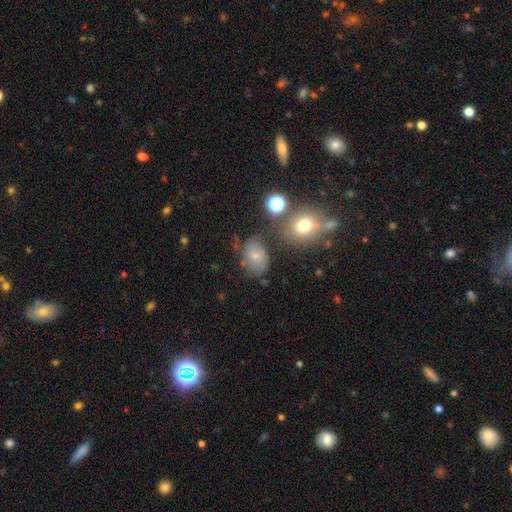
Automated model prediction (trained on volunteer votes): smooth 65%, featured or disk 20%, star or artifact 15%. Down the decision tree: how rounded — in between (71%); merging — none (61%).